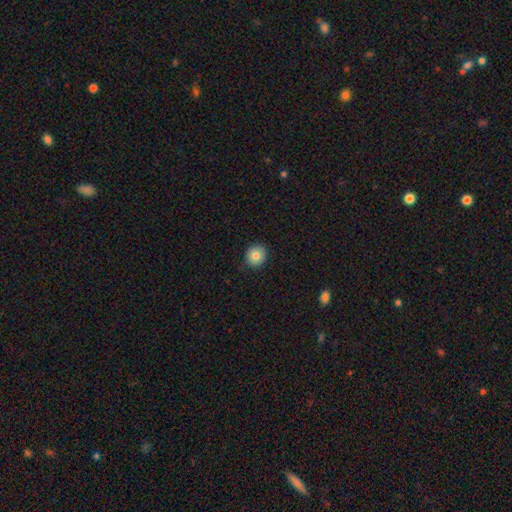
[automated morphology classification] Overall: smooth (81%). How rounded: round (89%). Merging: none (90%).